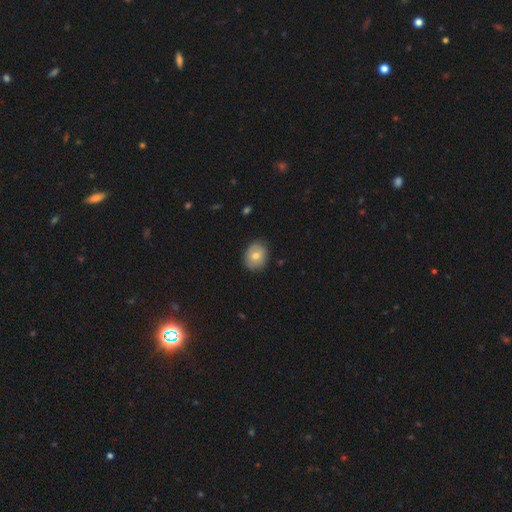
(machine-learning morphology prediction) A smooth galaxy with no disk features (73%) that is in between round and cigar-shaped (53%).

Vote fractions:
- Smooth or featured? smooth: 73% / featured or disk: 19% / star or artifact: 8%
- How rounded? in between: 53% / round: 46% / cigar-shaped: 1%
- Merging? none: 81% / minor disturbance: 15% / major disturbance: 3% / merger: 1%